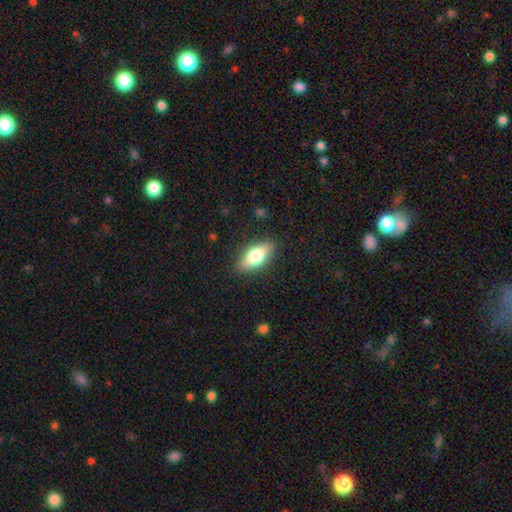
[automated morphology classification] A smooth galaxy with no disk features (72%) that is in between round and cigar-shaped (81%).

Vote fractions:
- Smooth or featured? smooth: 72% / featured or disk: 22% / star or artifact: 7%
- How rounded? in between: 81% / cigar-shaped: 15% / round: 3%
- Merging? none: 86% / minor disturbance: 10% / major disturbance: 3% / merger: 1%